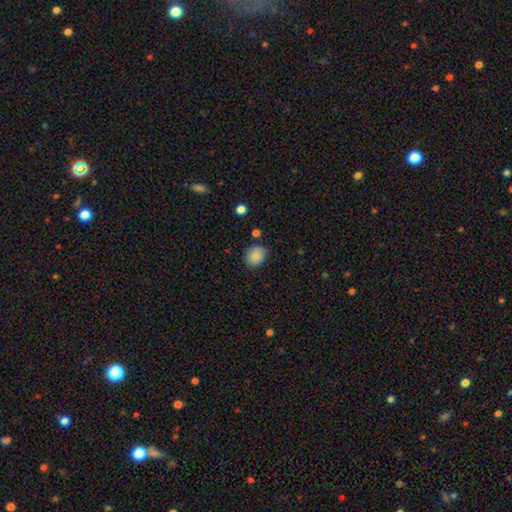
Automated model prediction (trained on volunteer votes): Overall: smooth (85%). How rounded: round (62%; in between 37%). Merging: none (79%).